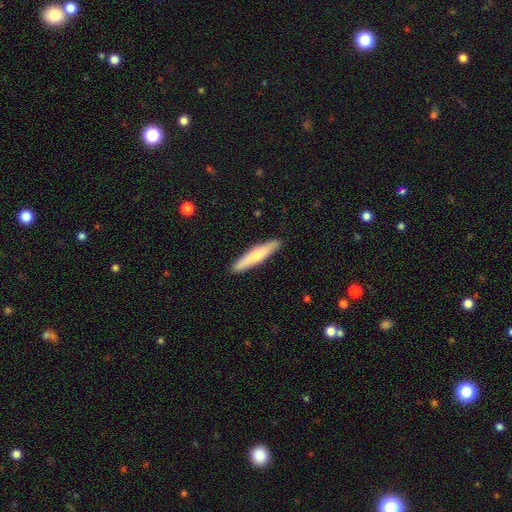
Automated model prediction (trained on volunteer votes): Smooth or featured? smooth (65%)
How rounded? cigar-shaped (90%)
Merging? none (91%)